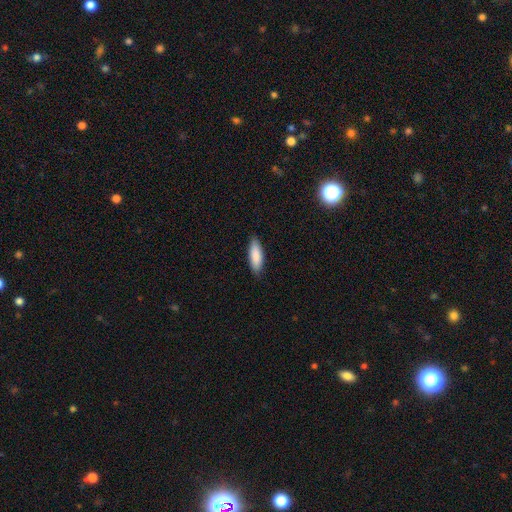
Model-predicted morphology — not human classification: A smooth galaxy with no disk features (87%) that is in between round and cigar-shaped (58%).

Vote fractions:
- Smooth or featured? smooth: 87% / featured or disk: 7% / star or artifact: 6%
- How rounded? in between: 58% / cigar-shaped: 41% / round: 1%
- Merging? none: 86% / minor disturbance: 11% / major disturbance: 2% / merger: 1%